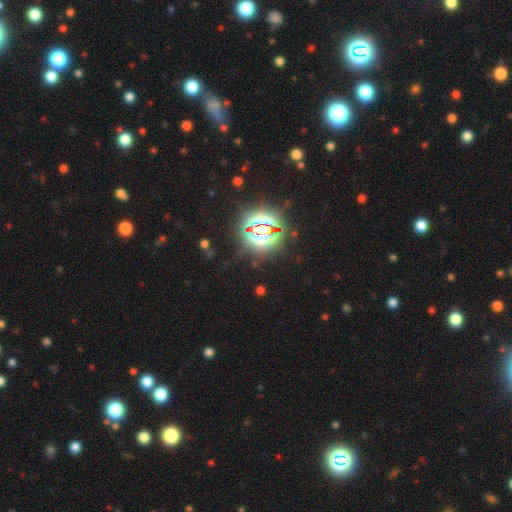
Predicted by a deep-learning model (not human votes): This appears to be a star or artifact, not a galaxy (81%).